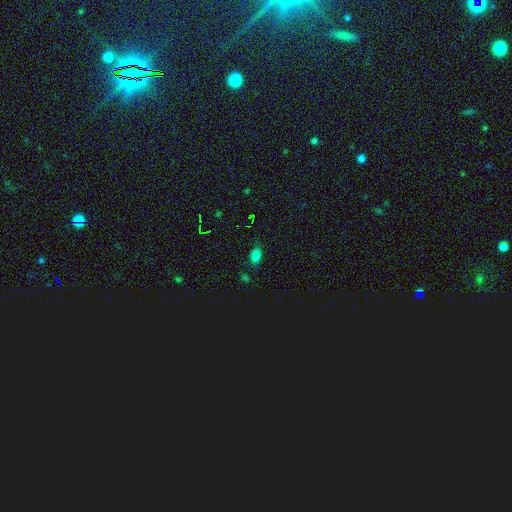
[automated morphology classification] type=smooth (74%); roundness=in between (82%); merging=none (75%).